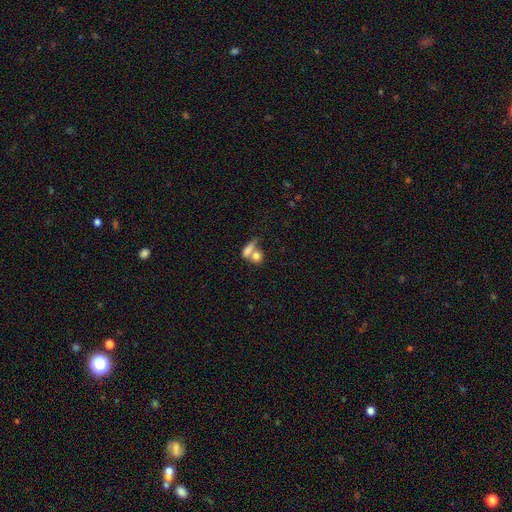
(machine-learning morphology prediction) Smooth or featured: smooth — 77% (featured or disk — 14%)
How rounded: round — 46% (in between — 44%)
Merging: merger — 54% (none — 31%)